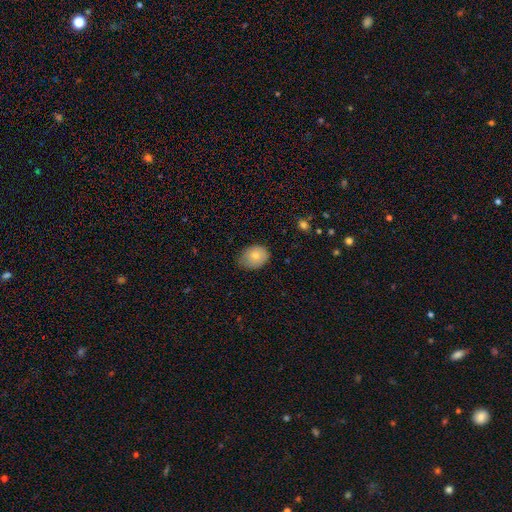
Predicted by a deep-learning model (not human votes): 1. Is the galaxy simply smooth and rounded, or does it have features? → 77% smooth, 16% featured or disk, 8% star or artifact.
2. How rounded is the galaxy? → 61% in between, 38% round, 1% cigar-shaped.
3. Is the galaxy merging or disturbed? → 61% none, 32% minor disturbance, 6% major disturbance, 1% merger.